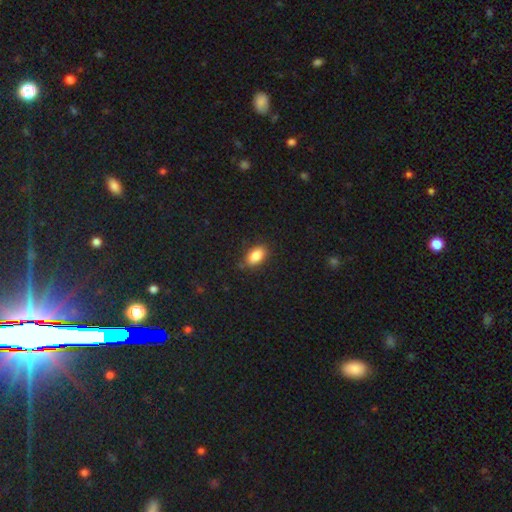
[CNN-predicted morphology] smooth_or_featured: smooth (p=0.86) [alt: star or artifact p=0.08]
how_rounded: in between (p=0.91) [alt: round p=0.06]
merging: none (p=0.82) [alt: minor disturbance p=0.14]